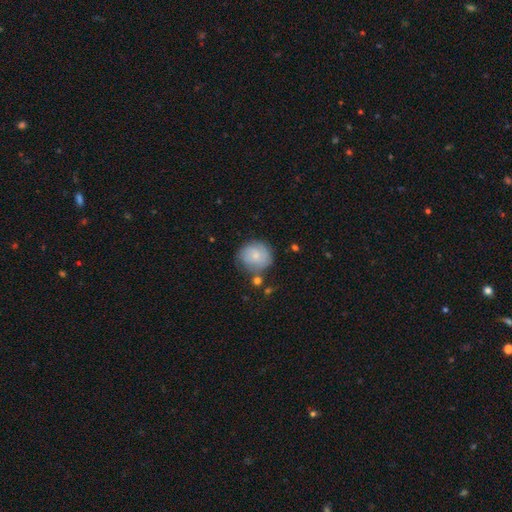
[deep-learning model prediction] A smooth galaxy with no disk features (69%) that is round (86%). Merging: none (66%).